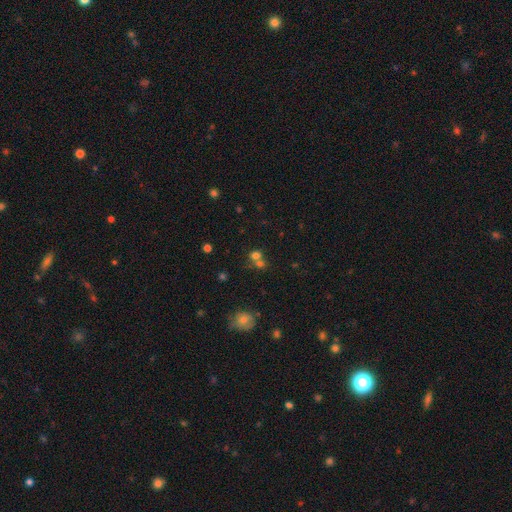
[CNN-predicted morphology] Q: Smooth or featured?
A: smooth (67%); runner-up: star or artifact (20%)
Q: How rounded?
A: round (74%); runner-up: in between (25%)
Q: Merging?
A: merger (51%); runner-up: none (39%)